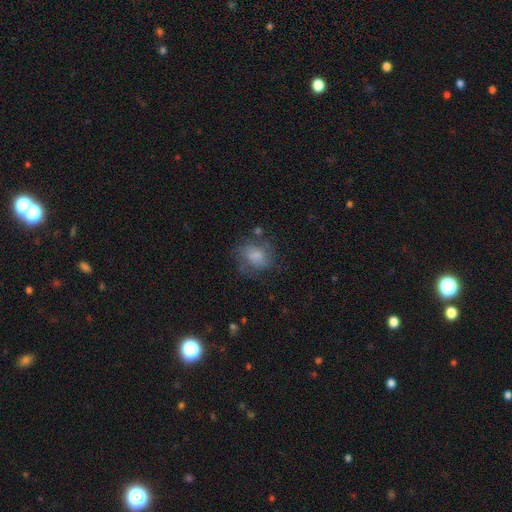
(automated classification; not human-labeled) Morphology: type=smooth (62%); roundness=round (50%); merging=none (55%).